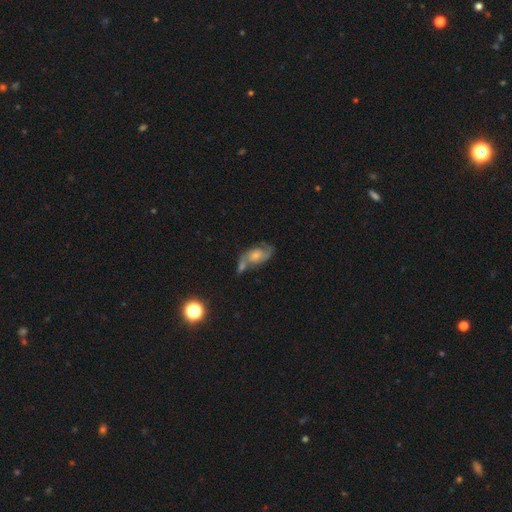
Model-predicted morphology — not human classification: Overall: featured or disk (65%; smooth 26%). Edge-on disk: no (95%). Bar: no (67%; weak 28%). Spiral arms: yes (88%). Spiral arm count: 2 (82%). Spiral winding: medium (45%; loose 35%). Bulge size: small (39%; moderate 38%). Merging: none (35%; merger 34%).